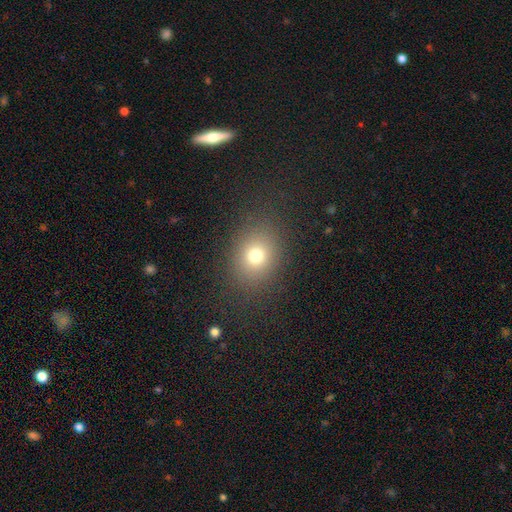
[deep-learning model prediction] This appears to be a smooth galaxy with no disk features (74%) that is round (56%). Merging: none (84%).